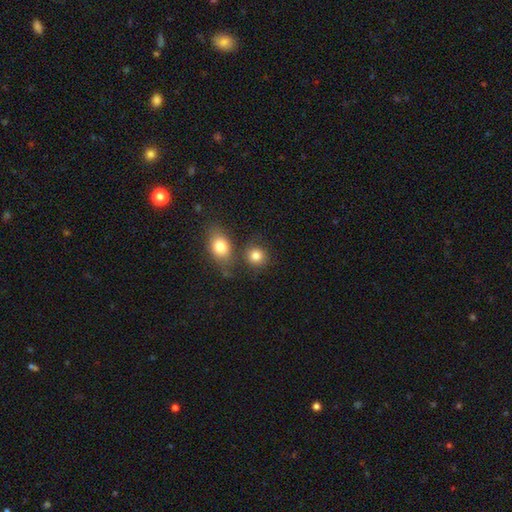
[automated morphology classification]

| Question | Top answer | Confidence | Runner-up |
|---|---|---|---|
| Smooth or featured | smooth | 83% | star or artifact (10%) |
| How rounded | round | 83% | in between (16%) |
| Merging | none | 66% | merger (18%) |